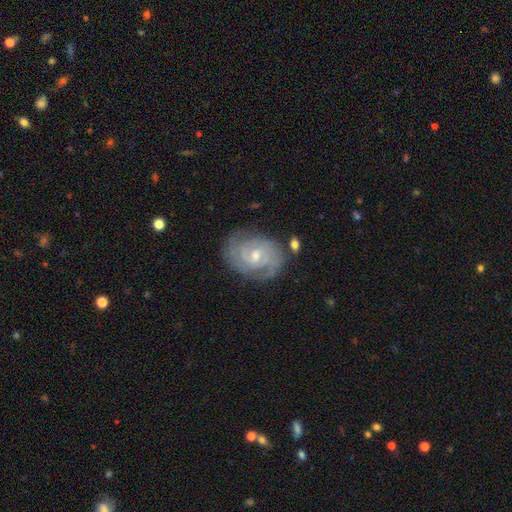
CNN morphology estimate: Smooth or featured?
  - featured or disk: 86% *
  - smooth: 8%
  - star or artifact: 5%
Edge-on disk?
  - no: 97% *
  - yes: 3%
Bar?
  - weak: 51% *
  - no: 40%
  - strong: 9%
Spiral arms?
  - yes: 96% *
  - no: 4%
Spiral winding?
  - tight: 65% *
  - medium: 29%
  - loose: 6%
Spiral arm count?
  - 2: 63% *
  - can't tell: 15%
  - 3: 14%
  - 4: 3%
  - 1: 3%
  - more than 4: 3%
Bulge size?
  - moderate: 51% *
  - small: 45%
  - large: 2%
  - none: 2%
  - dominant: 1%
Merging?
  - none: 77% *
  - minor disturbance: 16%
  - major disturbance: 5%
  - merger: 2%